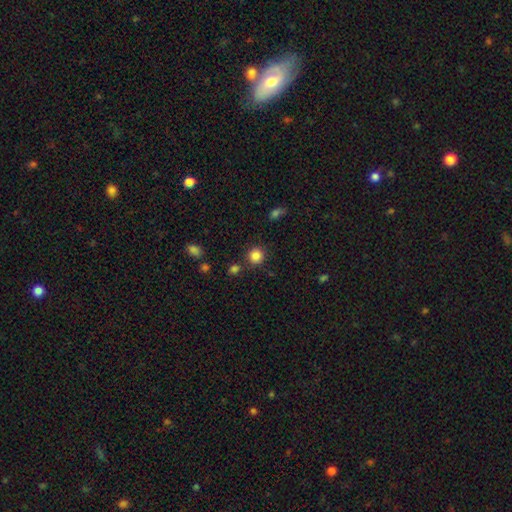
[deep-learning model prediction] Smooth or featured? Predicted: smooth (p=0.85). How rounded? Predicted: round (p=0.91). Merging? Predicted: none (p=0.83).